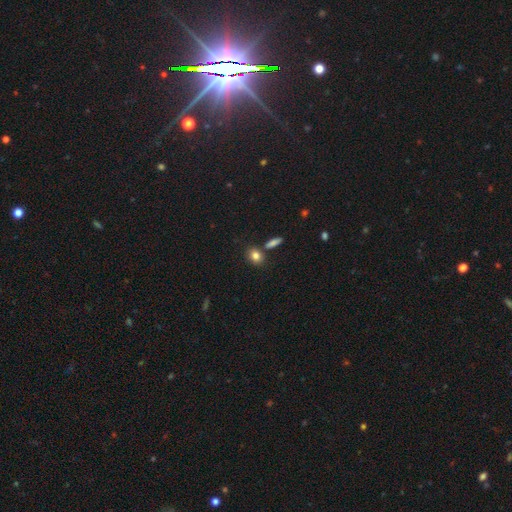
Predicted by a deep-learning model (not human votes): smooth-or-featured: smooth: 82% | star or artifact: 10% | featured or disk: 8%
  how-rounded: in between: 51% | round: 46% | cigar-shaped: 3%
  merging: none: 72% | merger: 13% | minor disturbance: 11% | major disturbance: 3%